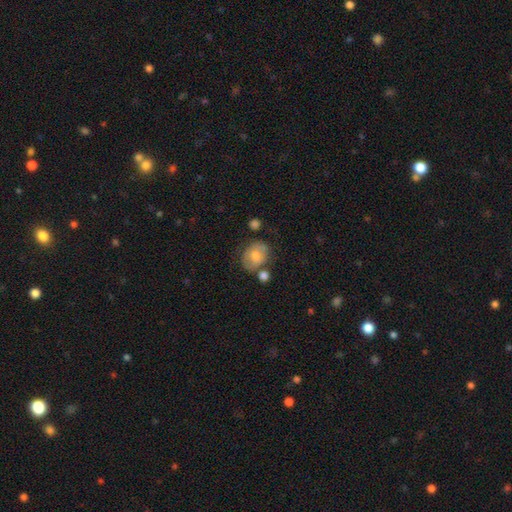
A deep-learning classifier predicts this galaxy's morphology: Smooth or featured?
  - smooth: 63% *
  - featured or disk: 28%
  - star or artifact: 9%
How rounded?
  - round: 50% *
  - in between: 48%
  - cigar-shaped: 1%
Merging?
  - none: 63% *
  - minor disturbance: 19%
  - merger: 11%
  - major disturbance: 6%